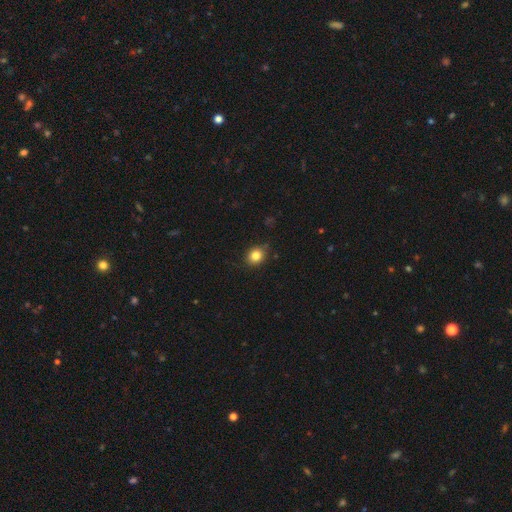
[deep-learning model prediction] A smooth galaxy with no disk features (83%) that is round (74%). Merging: none (84%).